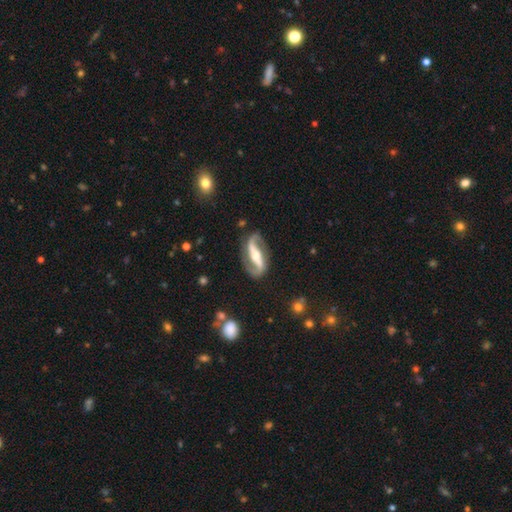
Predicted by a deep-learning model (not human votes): featured or disk 90%, smooth 6%, star or artifact 4%. Down the decision tree: edge-on disk — no (93%); bar — strong (66%); spiral arms — yes (95%); spiral arm count — 2 (93%); spiral winding — loose (48%); bulge size — moderate (60%); merging — none (81%).